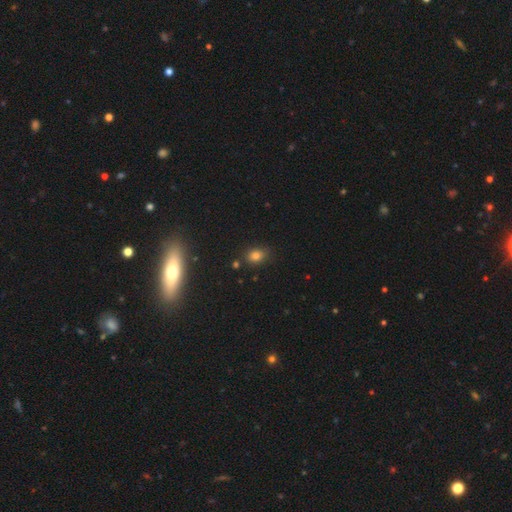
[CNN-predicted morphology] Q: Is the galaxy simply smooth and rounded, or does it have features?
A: smooth — 76%.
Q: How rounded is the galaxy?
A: in between — 60%.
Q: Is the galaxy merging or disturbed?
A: none — 79%.